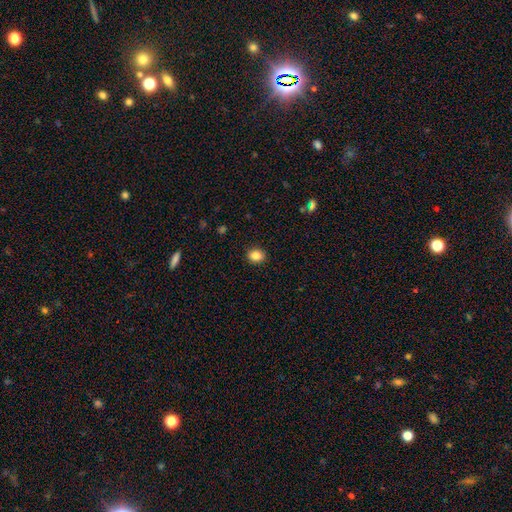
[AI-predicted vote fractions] Smooth or featured? smooth (86%)
How rounded? round (52%)
Merging? none (90%)